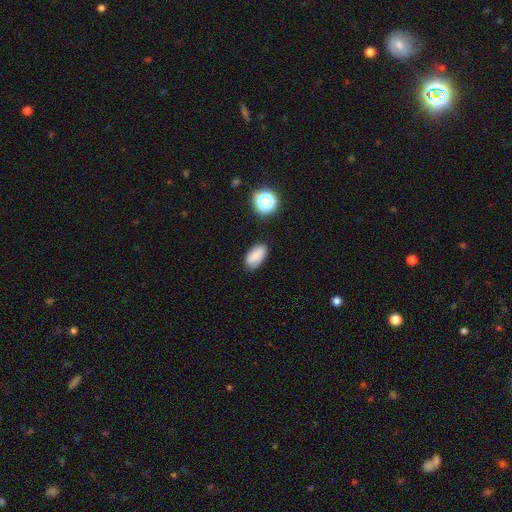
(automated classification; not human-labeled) The model was most divided on "merging": none: 84%, minor disturbance: 12%, major disturbance: 3%, merger: 2%. More confident: how rounded — in between (92%); smooth or featured — smooth (84%).